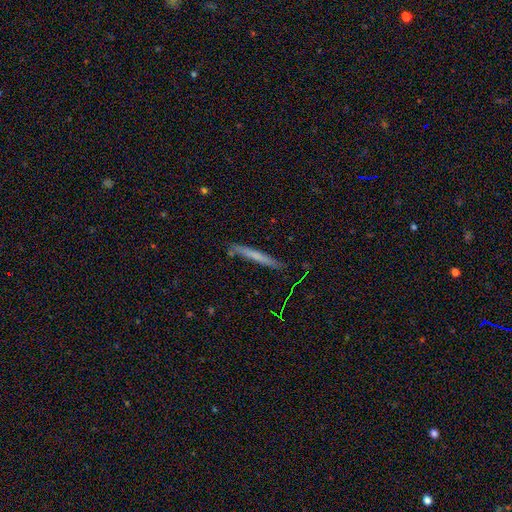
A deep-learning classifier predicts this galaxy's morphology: smooth-or-featured: smooth: 61% | featured or disk: 33% | star or artifact: 7%
  how-rounded: cigar-shaped: 96% | in between: 2% | round: 1%
  merging: none: 83% | minor disturbance: 12% | merger: 2% | major disturbance: 2%